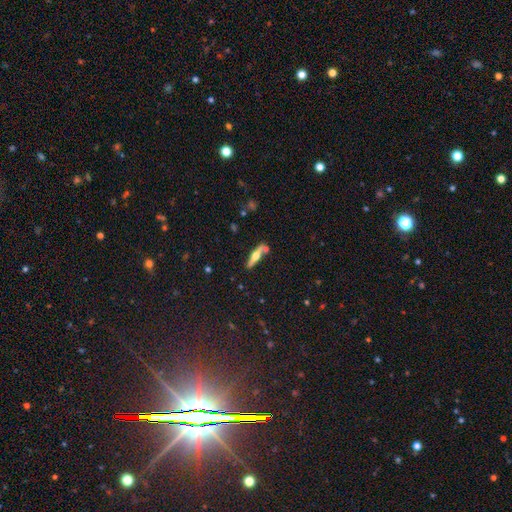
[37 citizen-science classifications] Smooth or featured? 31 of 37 (84%) said featured or disk. Edge-on disk? 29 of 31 (94%) said yes. Edge-on bulge? 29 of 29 (100%) said rounded. Merging? 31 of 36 (86%) said none.